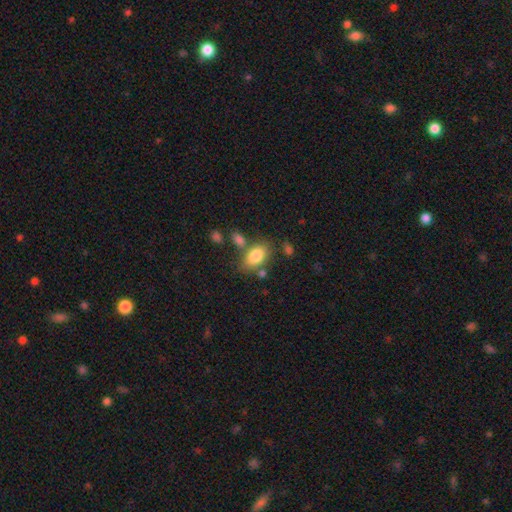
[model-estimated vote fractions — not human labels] Smooth or featured?
  - smooth: 81% *
  - featured or disk: 11%
  - star or artifact: 8%
How rounded?
  - in between: 87% *
  - round: 12%
  - cigar-shaped: 2%
Merging?
  - none: 63% *
  - minor disturbance: 16%
  - merger: 16%
  - major disturbance: 6%